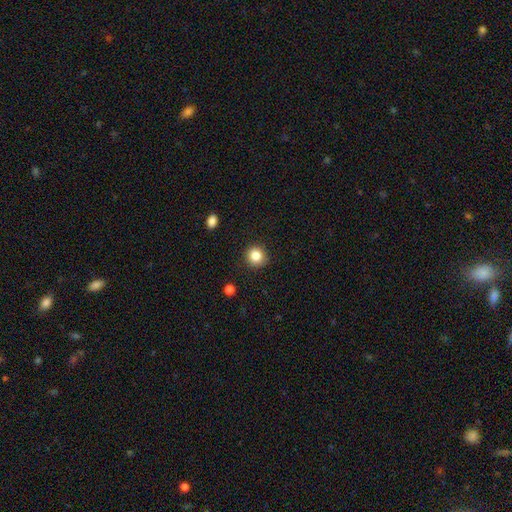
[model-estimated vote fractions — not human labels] This appears to be a smooth galaxy with no disk features (84%) that is round (92%). Merging: none (90%).